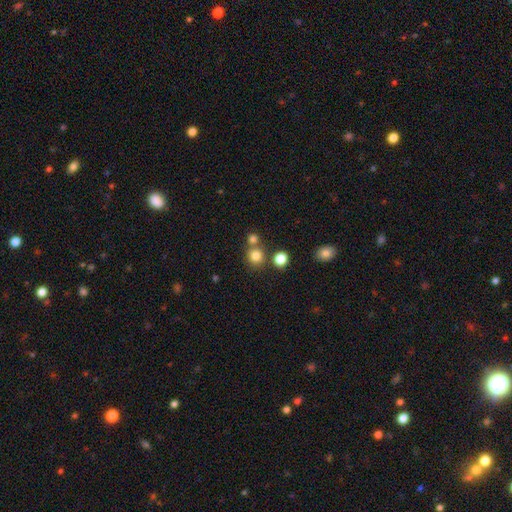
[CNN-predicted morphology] The model was most divided on "merging": none: 67%, merger: 24%, minor disturbance: 7%, major disturbance: 3%. More confident: how rounded — round (90%); smooth or featured — smooth (79%).